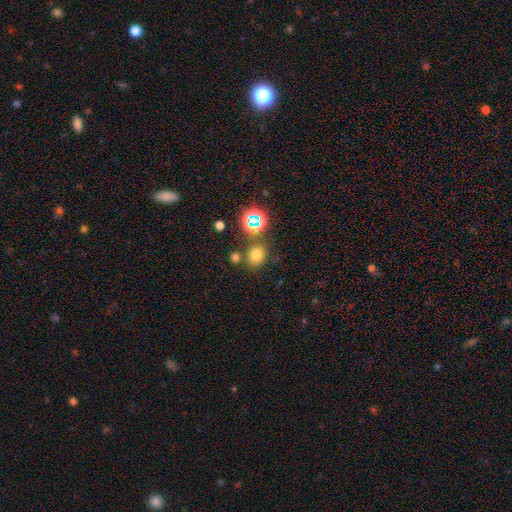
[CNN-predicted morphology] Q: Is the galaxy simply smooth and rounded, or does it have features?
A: smooth — 70%.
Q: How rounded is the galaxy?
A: round — 68%.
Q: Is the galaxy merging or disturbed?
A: none — 73%.